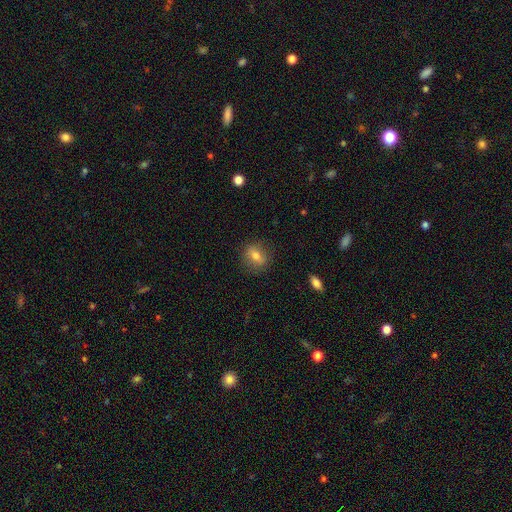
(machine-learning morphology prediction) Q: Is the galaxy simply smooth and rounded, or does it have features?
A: smooth — 68%.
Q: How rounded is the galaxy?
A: round — 48%, tied with in between.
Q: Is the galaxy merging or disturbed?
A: none — 83%.